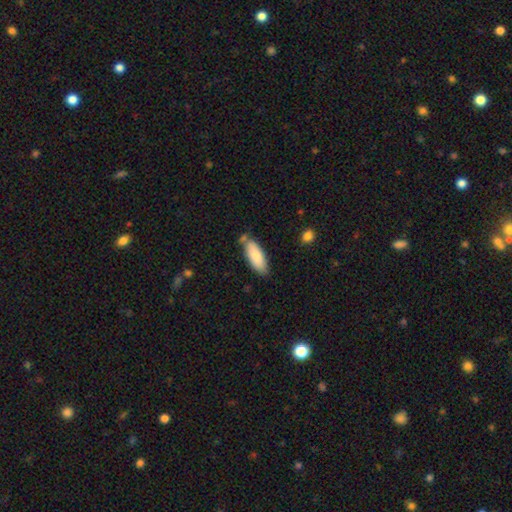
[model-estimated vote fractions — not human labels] Smooth or featured? smooth (82%)
How rounded? in between (74%)
Merging? none (68%)